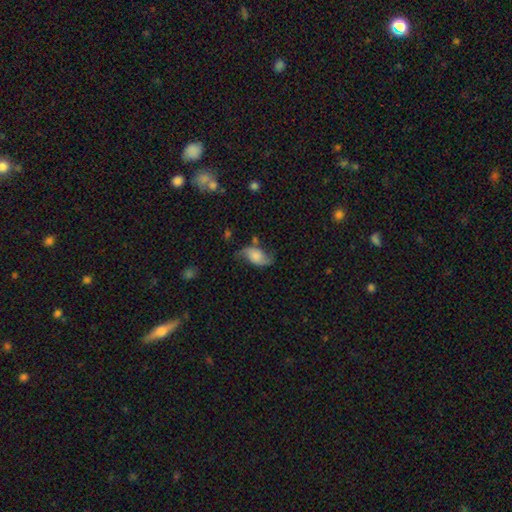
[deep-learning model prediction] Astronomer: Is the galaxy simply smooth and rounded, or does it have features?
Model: featured or disk — 55% (runner-up: smooth, 36%).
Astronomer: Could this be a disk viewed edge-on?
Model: no — 94%.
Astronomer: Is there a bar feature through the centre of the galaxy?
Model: no — 67%.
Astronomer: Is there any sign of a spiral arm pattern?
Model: yes — 91%.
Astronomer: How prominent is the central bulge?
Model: none — 28% (runner-up: large, 22%).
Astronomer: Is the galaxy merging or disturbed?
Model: none — 60%.